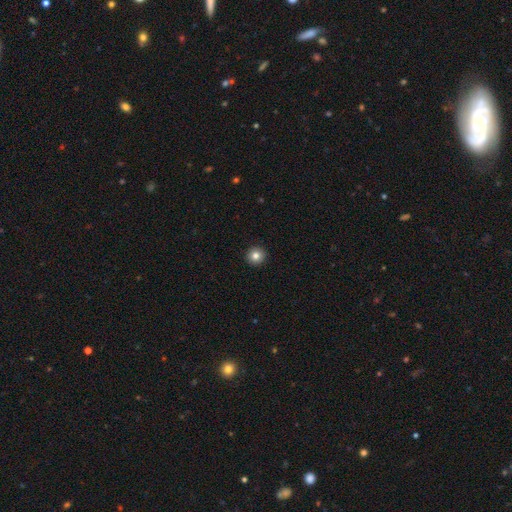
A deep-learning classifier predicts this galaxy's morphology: A smooth galaxy with no disk features (83%) that is round (95%).

Vote fractions:
- Smooth or featured? smooth: 83% / star or artifact: 10% / featured or disk: 7%
- How rounded? round: 95% / in between: 4% / cigar-shaped: 1%
- Merging? none: 94% / minor disturbance: 4% / major disturbance: 1% / merger: 1%